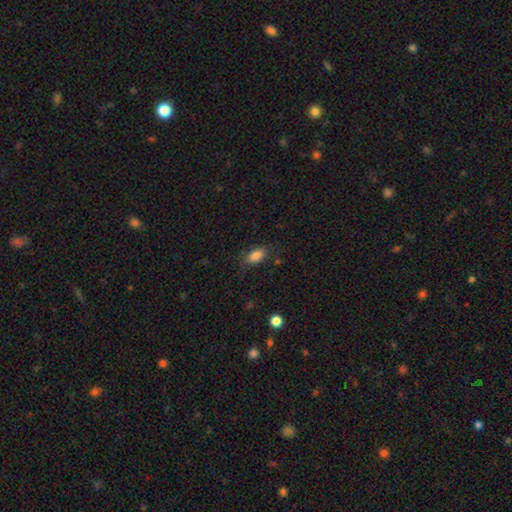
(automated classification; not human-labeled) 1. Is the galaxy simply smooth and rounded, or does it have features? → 83% smooth, 9% star or artifact, 8% featured or disk.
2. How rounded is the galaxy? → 88% in between, 6% round, 6% cigar-shaped.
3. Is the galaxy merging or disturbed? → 73% none, 19% minor disturbance, 7% major disturbance, 2% merger.